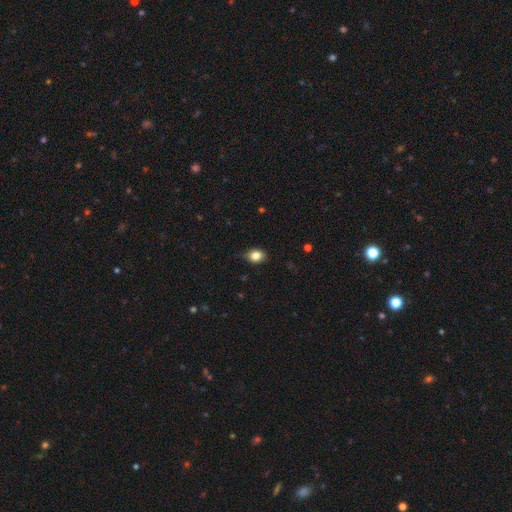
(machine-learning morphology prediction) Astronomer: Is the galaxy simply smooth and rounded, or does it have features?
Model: smooth — 83%.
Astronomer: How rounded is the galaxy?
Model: in between — 60% (runner-up: round, 39%).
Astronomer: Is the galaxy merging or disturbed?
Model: none — 79%.